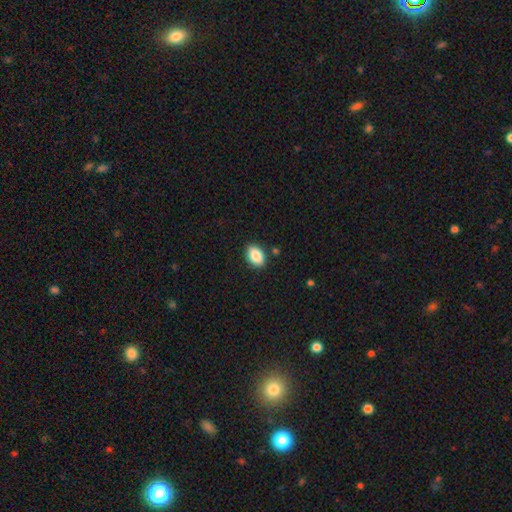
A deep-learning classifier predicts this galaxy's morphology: type=smooth (87%); roundness=in between (85%); merging=none (87%).